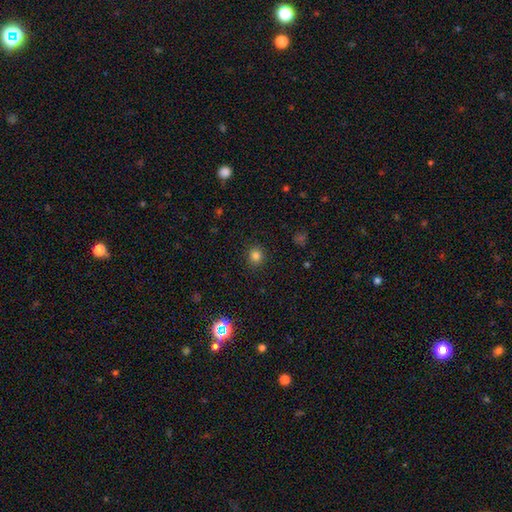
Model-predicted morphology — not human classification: Smooth or featured? smooth (81%)
How rounded? round (85%)
Merging? none (90%)